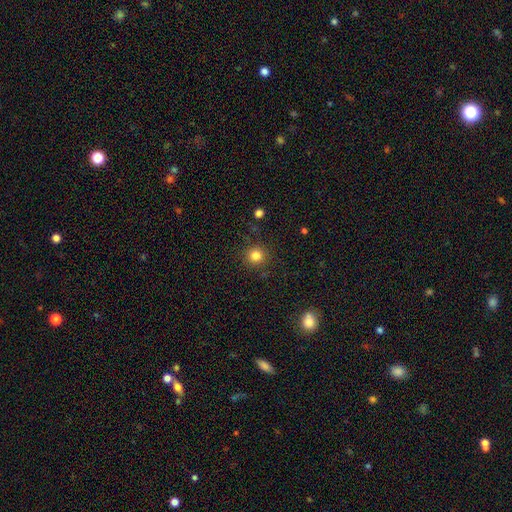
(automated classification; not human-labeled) smooth 82%, star or artifact 13%, featured or disk 5%. Down the decision tree: how rounded — round (94%); merging — none (89%).